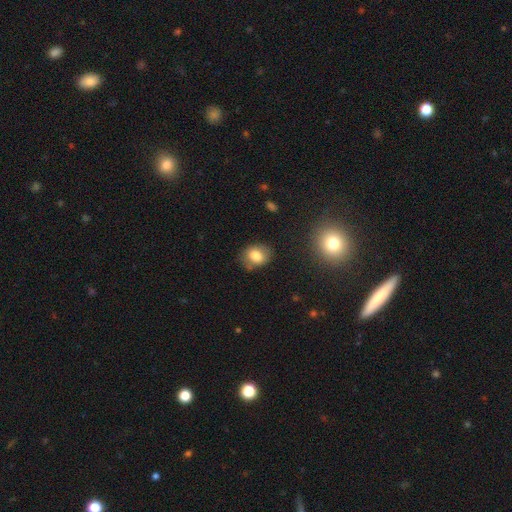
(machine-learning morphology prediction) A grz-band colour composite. It shows a smooth galaxy with no disk features (78%) that is in between round and cigar-shaped (53%). Merging: none (73%).